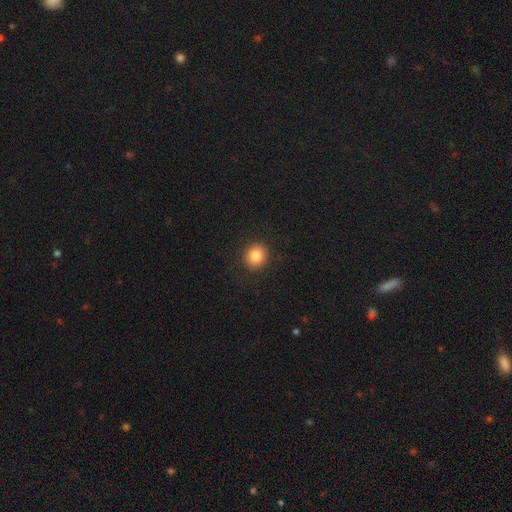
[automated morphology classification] smooth-or-featured: smooth: 83% | star or artifact: 10% | featured or disk: 7%
  how-rounded: round: 89% | in between: 10% | cigar-shaped: 1%
  merging: none: 91% | minor disturbance: 6% | major disturbance: 2% | merger: 1%